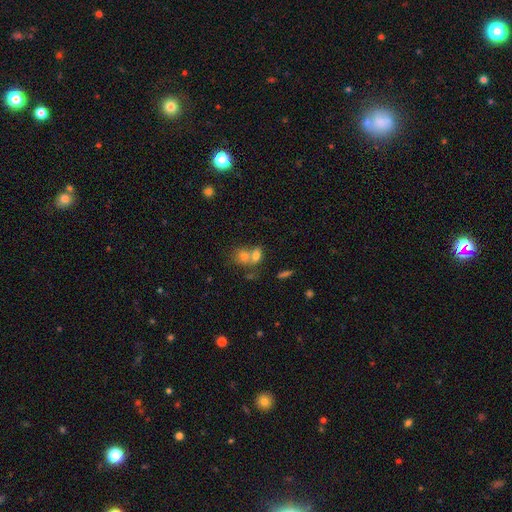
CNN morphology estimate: Smooth or featured? Predicted: smooth (p=0.73). How rounded? Predicted: in between (p=0.60). Merging? Predicted: merger (p=0.61).